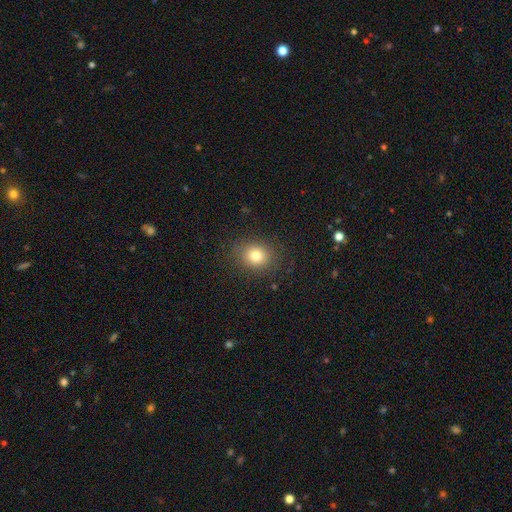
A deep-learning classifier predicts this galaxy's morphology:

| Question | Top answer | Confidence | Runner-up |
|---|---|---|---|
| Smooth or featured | smooth | 79% | star or artifact (12%) |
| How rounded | round | 68% | in between (31%) |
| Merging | none | 86% | minor disturbance (9%) |